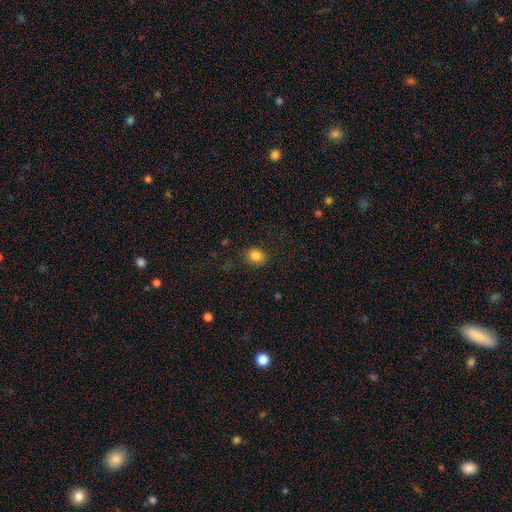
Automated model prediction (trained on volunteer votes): A smooth galaxy with no disk features (85%) that is round (66%). Merging: none (85%).